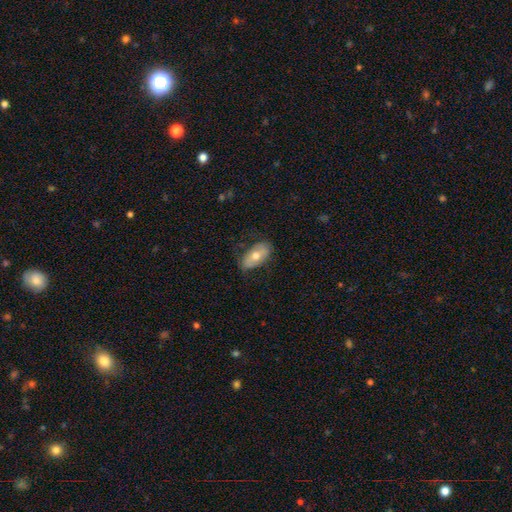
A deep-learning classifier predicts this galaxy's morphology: A smooth galaxy with no disk features (61%) that is in between round and cigar-shaped (92%). Merging: none (74%).